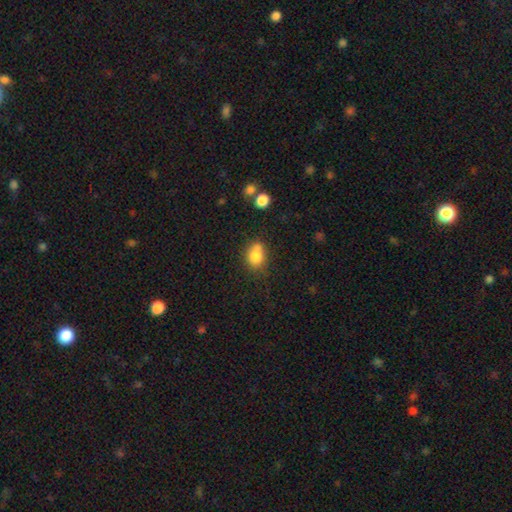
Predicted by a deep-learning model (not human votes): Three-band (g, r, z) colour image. It shows a smooth galaxy with no disk features (81%) that is in between round and cigar-shaped (56%). Merging: none (53%).